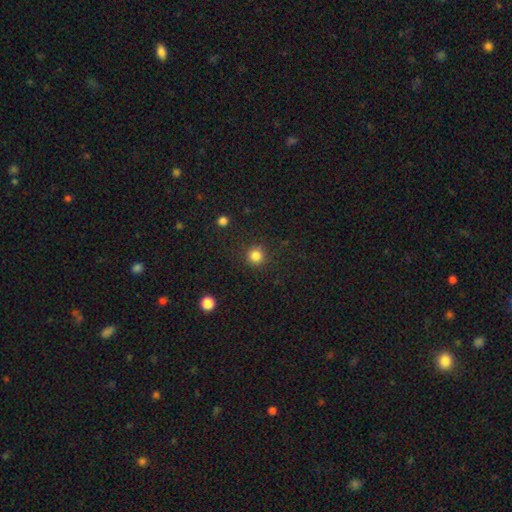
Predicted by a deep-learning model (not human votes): smooth 84%, star or artifact 12%, featured or disk 4%. Down the decision tree: how rounded — round (94%); merging — none (90%).